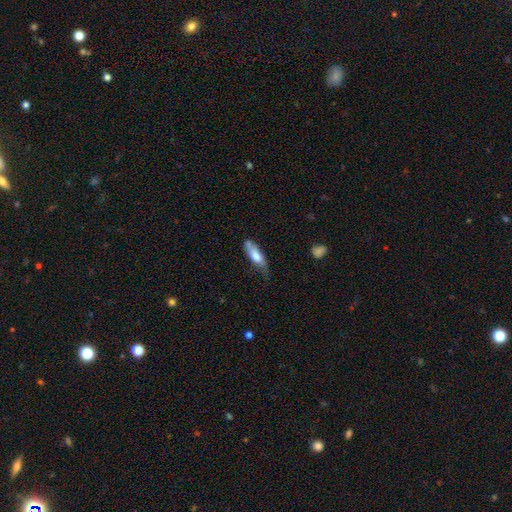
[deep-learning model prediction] A smooth galaxy with no disk features (65%) that is in between round and cigar-shaped (57%).

Vote fractions:
- Smooth or featured? smooth: 65% / featured or disk: 29% / star or artifact: 6%
- How rounded? in between: 57% / cigar-shaped: 41% / round: 2%
- Merging? minor disturbance: 39% / none: 38% / major disturbance: 18% / merger: 5%